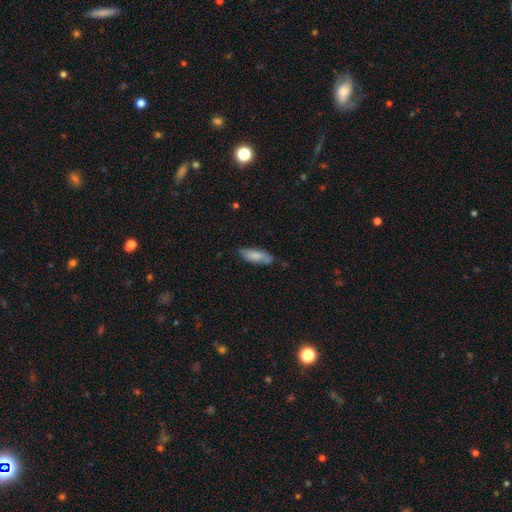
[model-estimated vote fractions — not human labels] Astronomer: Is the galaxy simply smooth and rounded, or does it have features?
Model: smooth — 78%.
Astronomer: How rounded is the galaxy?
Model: in between — 62% (runner-up: cigar-shaped, 37%).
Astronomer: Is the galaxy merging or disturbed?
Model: none — 69%.